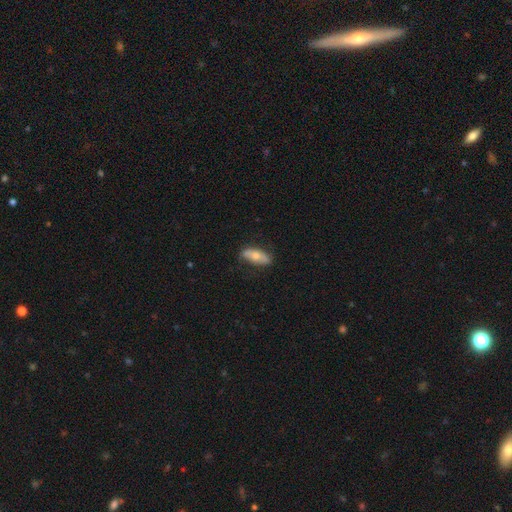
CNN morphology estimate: smooth_or_featured: smooth (p=0.60) [alt: featured or disk p=0.34]
how_rounded: in between (p=0.72) [alt: cigar-shaped p=0.25]
merging: none (p=0.77) [alt: minor disturbance p=0.18]